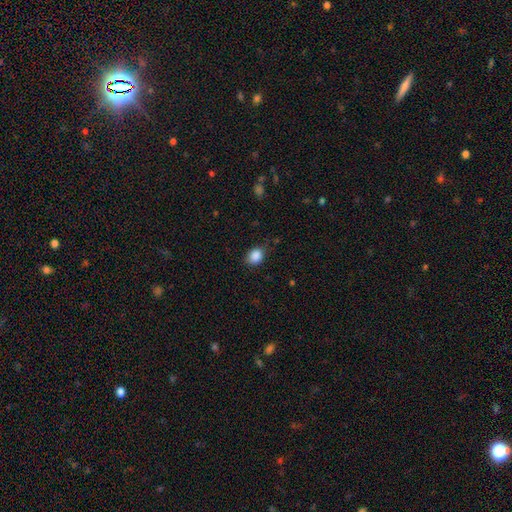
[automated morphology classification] The model was most divided on "how rounded": round: 53%, in between: 46%, cigar-shaped: 1%. More confident: smooth or featured — smooth (87%); merging — none (76%).